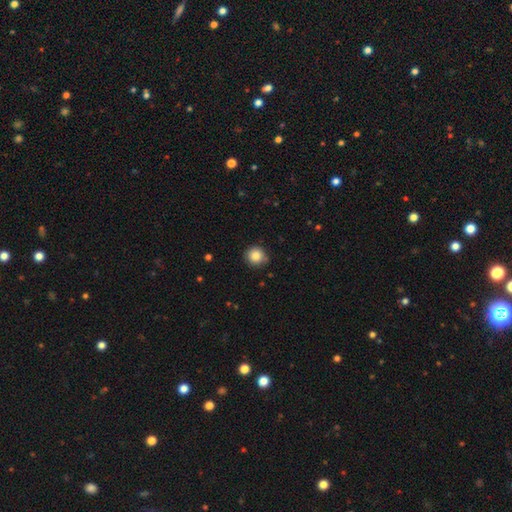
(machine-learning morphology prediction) A smooth galaxy with no disk features (85%) that is round (94%). Merging: none (84%).